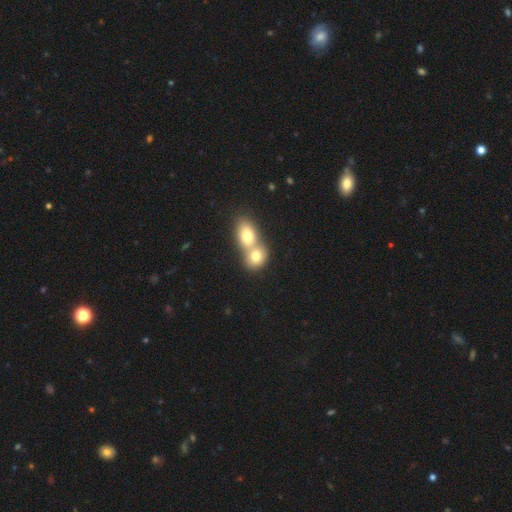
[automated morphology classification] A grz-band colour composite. It shows a smooth galaxy with no disk features (59%) that is in between round and cigar-shaped (53%). Merging: merger (54%).